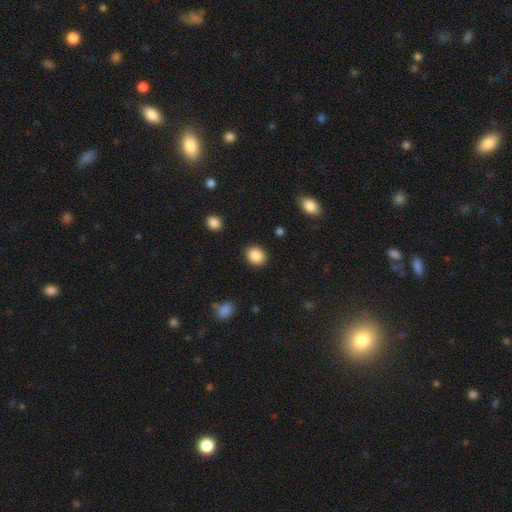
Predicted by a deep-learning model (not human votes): smooth 88%, star or artifact 8%, featured or disk 4%. Down the decision tree: how rounded — round (62%); merging — none (88%).